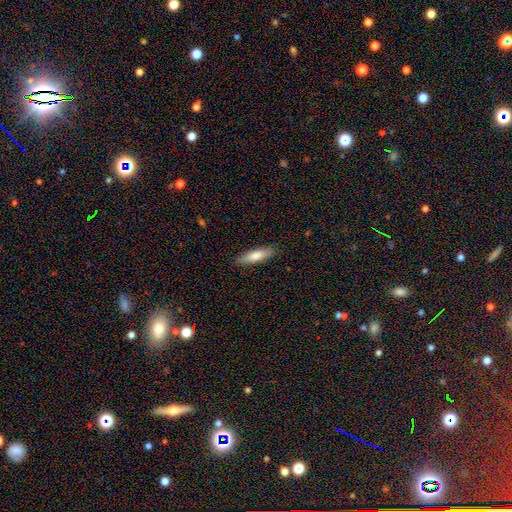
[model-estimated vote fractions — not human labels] This appears to be a smooth galaxy with no disk features (74%) that is cigar-shaped (70%). Merging: none (88%).